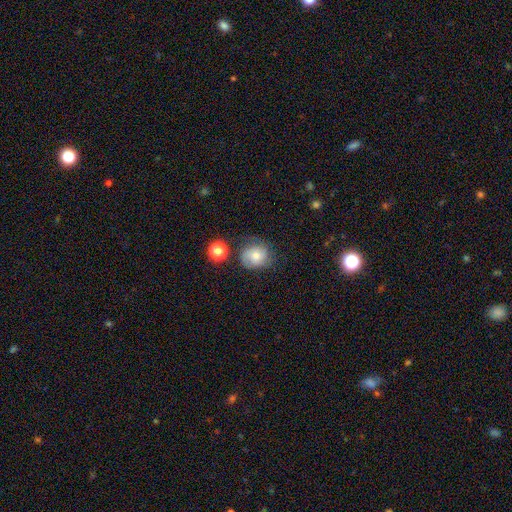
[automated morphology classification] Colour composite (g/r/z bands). It shows a smooth galaxy with no disk features (50%). Merging: none (62%).